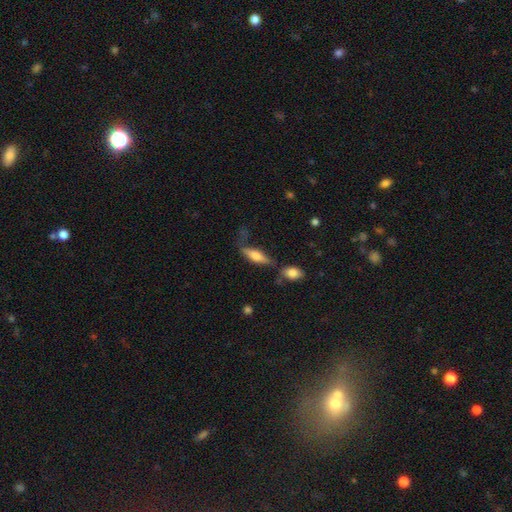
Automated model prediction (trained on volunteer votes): Smooth or featured: smooth — 54% (featured or disk — 39%)
How rounded: cigar-shaped — 55% (in between — 43%)
Merging: none — 59% (minor disturbance — 22%)